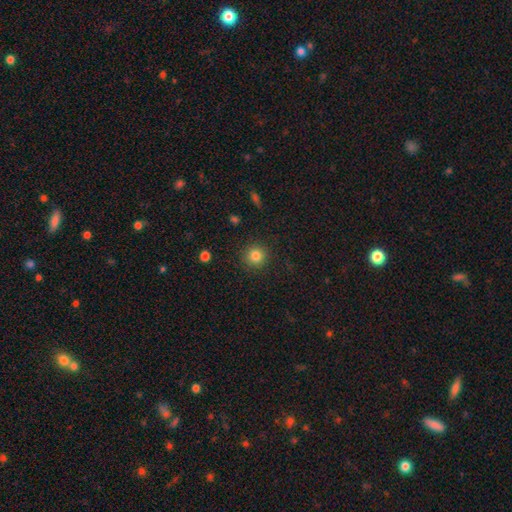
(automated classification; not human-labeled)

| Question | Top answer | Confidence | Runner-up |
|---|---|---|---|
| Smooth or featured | smooth | 83% | star or artifact (12%) |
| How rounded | round | 94% | in between (5%) |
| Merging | none | 90% | minor disturbance (6%) |